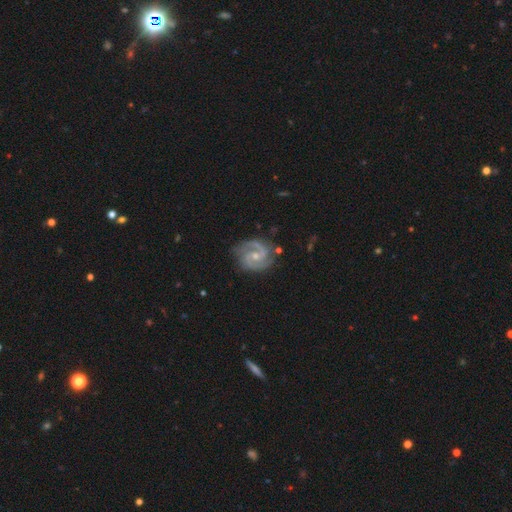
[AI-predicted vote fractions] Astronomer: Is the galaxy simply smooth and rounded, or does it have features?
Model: featured or disk — 91%.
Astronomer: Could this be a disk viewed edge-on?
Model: no — 98%.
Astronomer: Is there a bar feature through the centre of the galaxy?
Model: no — 49% (runner-up: weak, 42%).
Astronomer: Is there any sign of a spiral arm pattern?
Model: yes — 98%.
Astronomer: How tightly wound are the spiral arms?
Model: medium — 55% (runner-up: tight, 35%).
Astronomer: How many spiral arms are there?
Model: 2 — 90%.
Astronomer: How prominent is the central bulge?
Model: small — 51% (runner-up: moderate, 45%).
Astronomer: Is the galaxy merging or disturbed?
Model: none — 77%.